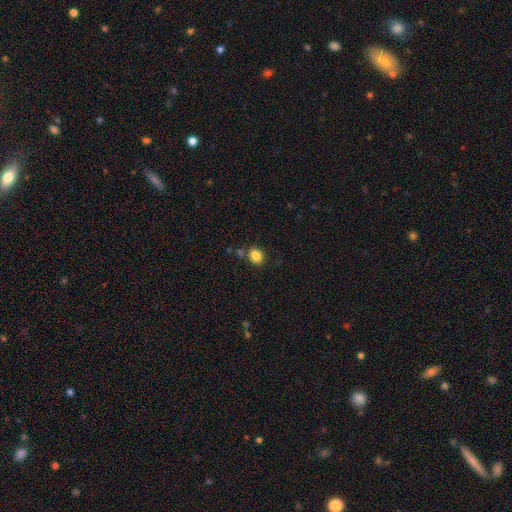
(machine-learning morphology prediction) type=smooth (84%); roundness=round (62%); merging=none (78%).